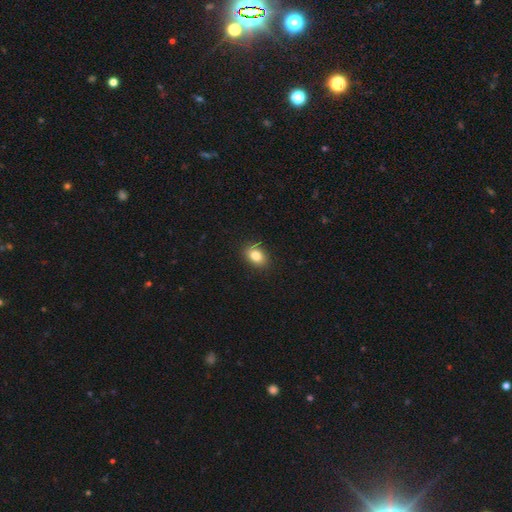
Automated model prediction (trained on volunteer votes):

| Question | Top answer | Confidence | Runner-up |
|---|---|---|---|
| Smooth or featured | smooth | 81% | star or artifact (10%) |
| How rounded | in between | 75% | round (23%) |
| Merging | none | 83% | minor disturbance (13%) |